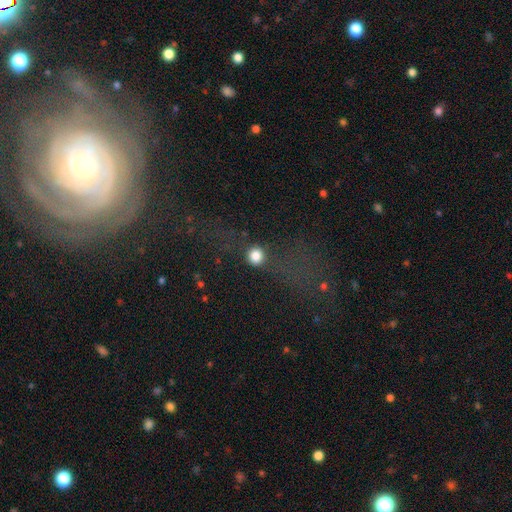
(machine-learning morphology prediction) Smooth or featured?
  - smooth: 80% *
  - star or artifact: 12%
  - featured or disk: 8%
How rounded?
  - round: 89% *
  - in between: 9%
  - cigar-shaped: 2%
Merging?
  - none: 71% *
  - major disturbance: 13%
  - minor disturbance: 11%
  - merger: 5%